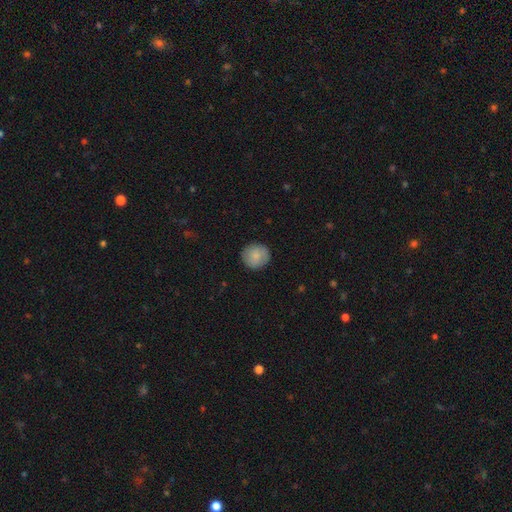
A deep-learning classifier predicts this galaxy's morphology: Smooth or featured?
  - smooth: 84% *
  - featured or disk: 9%
  - star or artifact: 7%
How rounded?
  - round: 92% *
  - in between: 7%
  - cigar-shaped: 1%
Merging?
  - none: 88% *
  - minor disturbance: 9%
  - major disturbance: 2%
  - merger: 1%